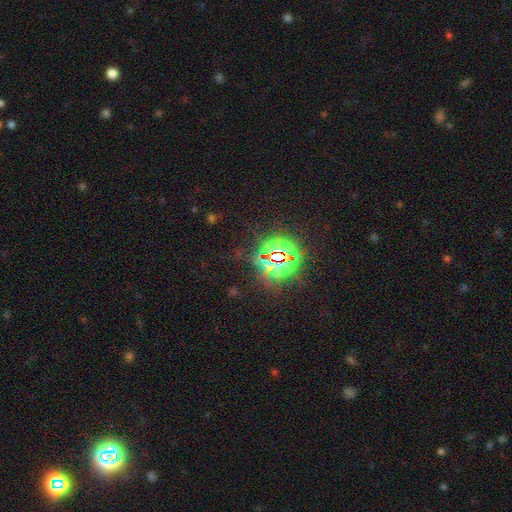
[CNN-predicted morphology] Smooth or featured: star or artifact — 82% (smooth — 10%)